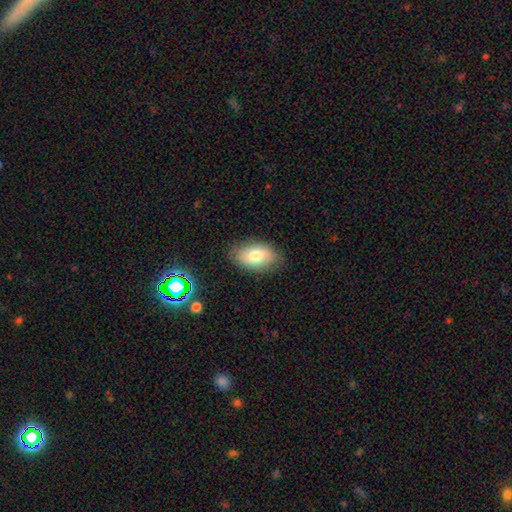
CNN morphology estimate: A smooth galaxy with no disk features (75%) that is in between round and cigar-shaped (92%).

Vote fractions:
- Smooth or featured? smooth: 75% / featured or disk: 17% / star or artifact: 8%
- How rounded? in between: 92% / round: 6% / cigar-shaped: 2%
- Merging? none: 83% / minor disturbance: 13% / major disturbance: 3% / merger: 1%